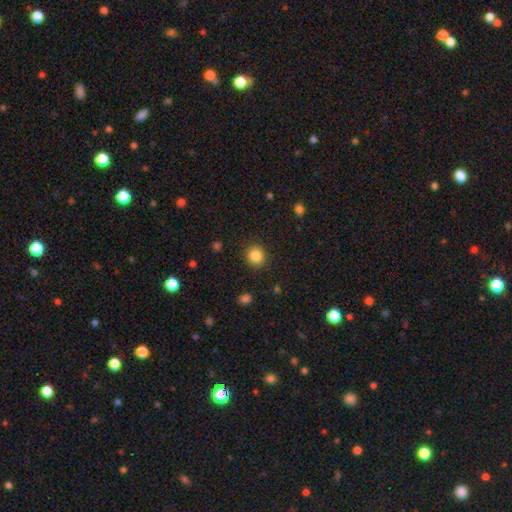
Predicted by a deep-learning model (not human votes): A smooth galaxy with no disk features (85%) that is round (88%).

Vote fractions:
- Smooth or featured? smooth: 85% / star or artifact: 11% / featured or disk: 4%
- How rounded? round: 88% / in between: 11% / cigar-shaped: 1%
- Merging? none: 89% / minor disturbance: 7% / major disturbance: 3% / merger: 1%